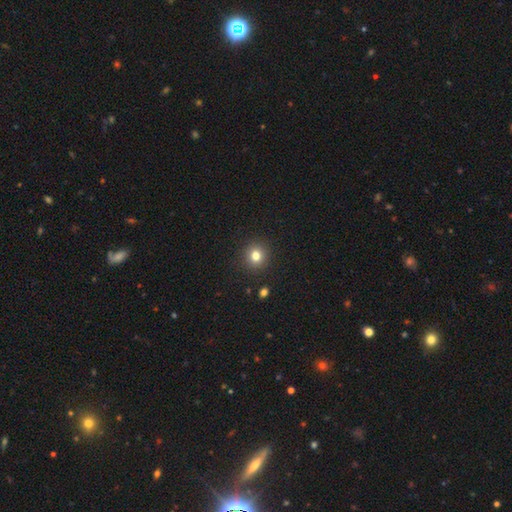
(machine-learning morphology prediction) smooth 80%, star or artifact 13%, featured or disk 7%. Down the decision tree: how rounded — round (90%); merging — none (91%).